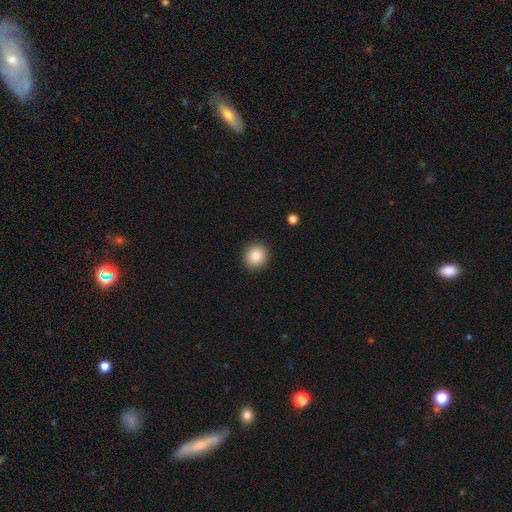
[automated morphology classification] Overall: smooth (85%). How rounded: round (90%). Merging: none (92%).